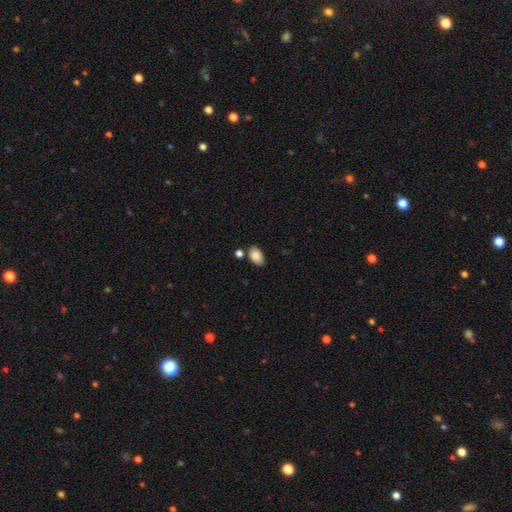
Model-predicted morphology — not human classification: Q: Smooth or featured?
A: smooth (87%); runner-up: star or artifact (8%)
Q: How rounded?
A: in between (90%); runner-up: round (9%)
Q: Merging?
A: none (77%); runner-up: minor disturbance (11%)